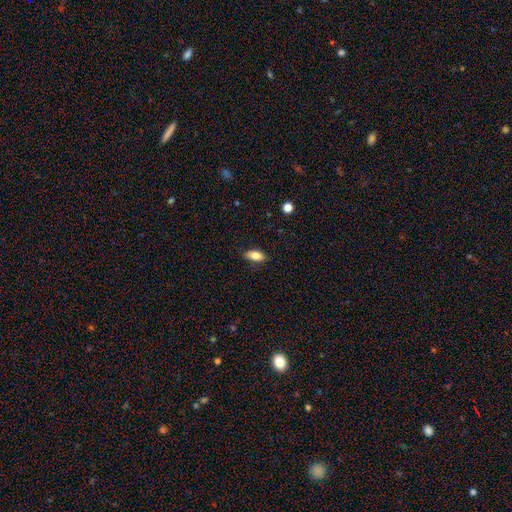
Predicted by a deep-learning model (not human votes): The model was most divided on "merging": none: 81%, minor disturbance: 15%, major disturbance: 3%, merger: 1%. More confident: how rounded — in between (87%); smooth or featured — smooth (81%).